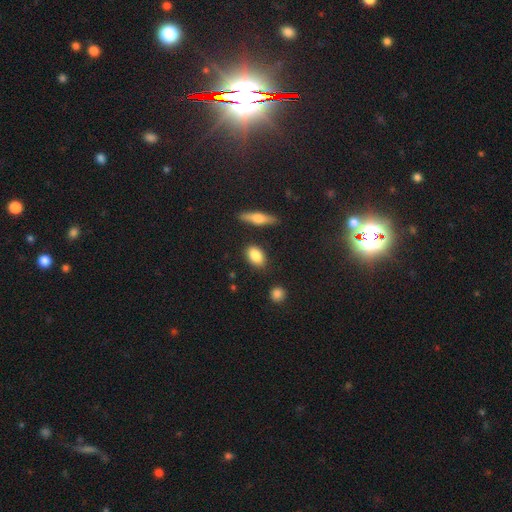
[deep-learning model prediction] This appears to be a smooth galaxy with no disk features (85%) that is in between round and cigar-shaped (83%). Merging: none (84%).